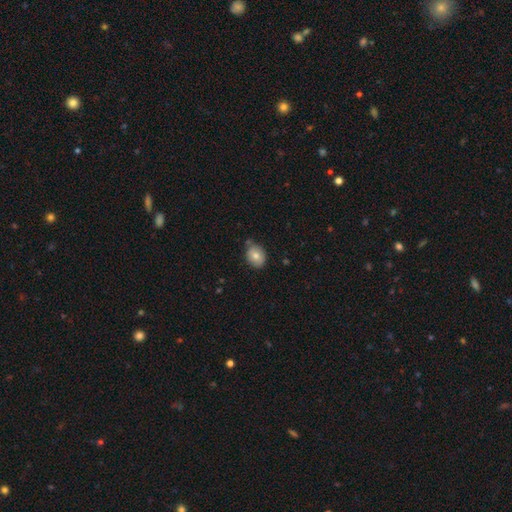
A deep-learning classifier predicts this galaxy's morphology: The model was most divided on "how rounded": in between: 55%, round: 44%, cigar-shaped: 1%. More confident: smooth or featured — smooth (78%); merging — none (71%).